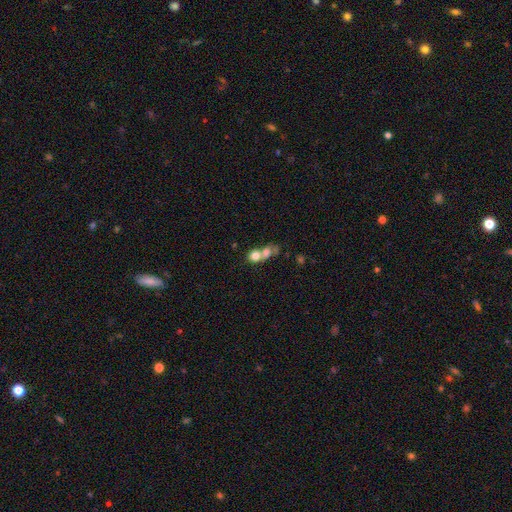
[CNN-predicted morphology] A smooth galaxy with no disk features (73%) that is round (65%).

Vote fractions:
- Smooth or featured? smooth: 73% / featured or disk: 17% / star or artifact: 10%
- How rounded? round: 65% / in between: 33% / cigar-shaped: 2%
- Merging? merger: 68% / none: 20% / minor disturbance: 6% / major disturbance: 6%